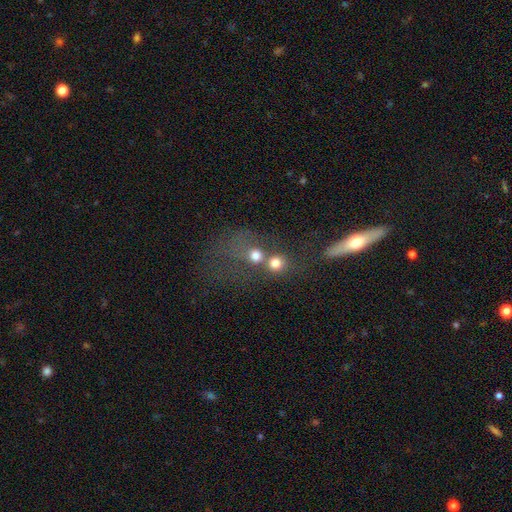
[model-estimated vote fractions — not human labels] Smooth or featured? Predicted: smooth (p=0.70). How rounded? Predicted: round (p=0.82). Merging? Predicted: merger (p=0.52).